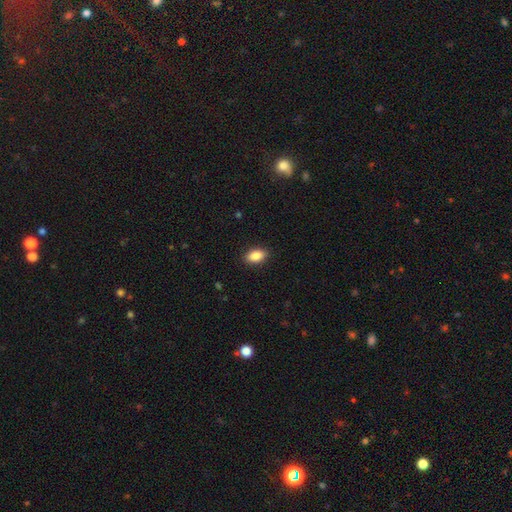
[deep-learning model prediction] A smooth galaxy with no disk features (88%) that is in between round and cigar-shaped (91%).

Vote fractions:
- Smooth or featured? smooth: 88% / star or artifact: 7% / featured or disk: 5%
- How rounded? in between: 91% / round: 7% / cigar-shaped: 3%
- Merging? none: 89% / minor disturbance: 8% / major disturbance: 2% / merger: 1%